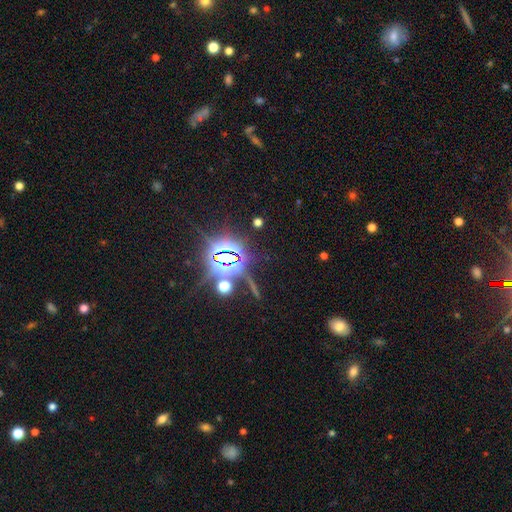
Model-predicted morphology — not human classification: The model was most divided on "smooth or featured": star or artifact: 82%, smooth: 10%, featured or disk: 8%.